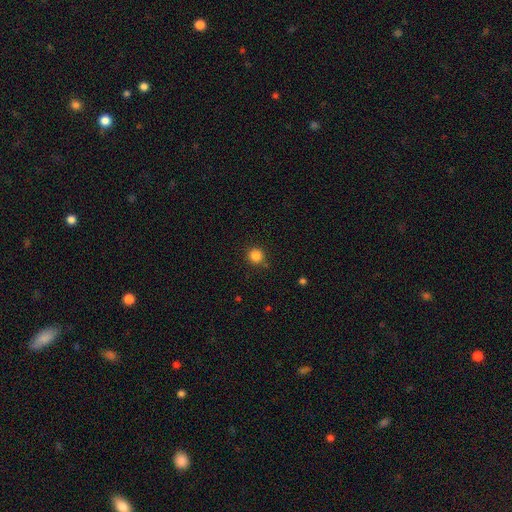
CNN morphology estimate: Smooth or featured? Predicted: smooth (p=0.84). How rounded? Predicted: round (p=0.94). Merging? Predicted: none (p=0.85).